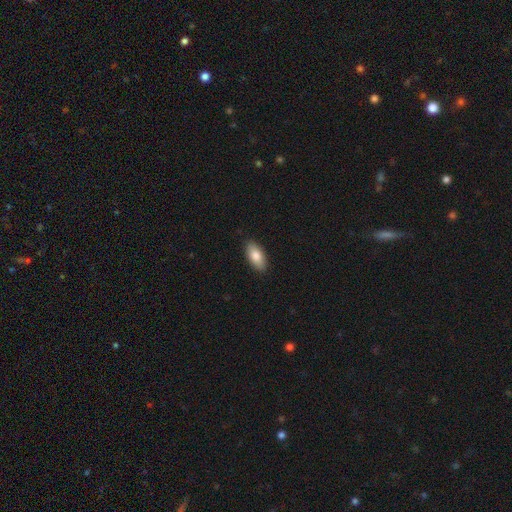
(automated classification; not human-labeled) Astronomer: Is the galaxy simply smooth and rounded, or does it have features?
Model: smooth — 83%.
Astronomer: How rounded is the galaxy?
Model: in between — 91%.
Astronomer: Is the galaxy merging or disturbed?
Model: none — 89%.